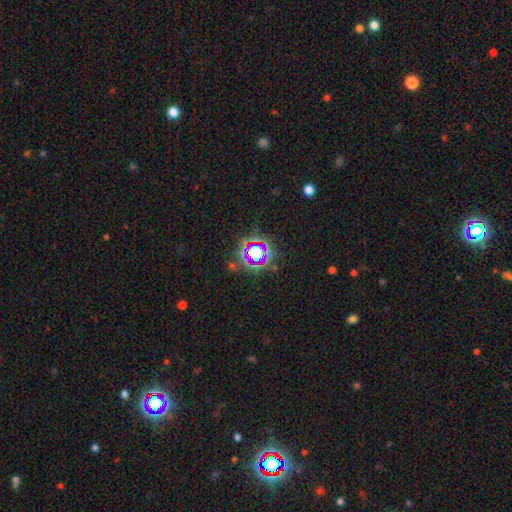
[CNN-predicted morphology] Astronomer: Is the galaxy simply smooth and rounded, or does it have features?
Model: star or artifact — 71%.